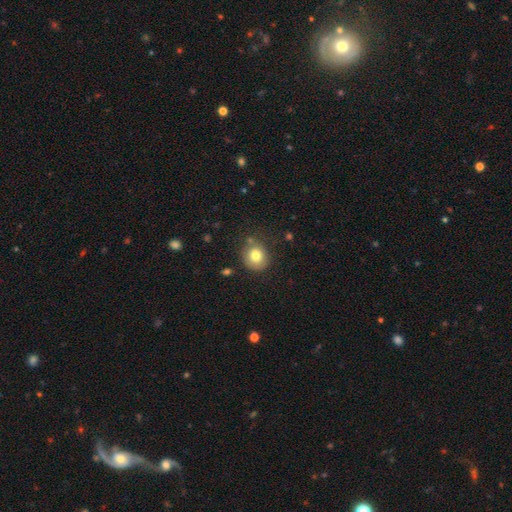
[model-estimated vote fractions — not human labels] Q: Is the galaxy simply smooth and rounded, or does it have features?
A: smooth — 78%.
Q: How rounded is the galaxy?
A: round — 78%.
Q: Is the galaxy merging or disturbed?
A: none — 74%.